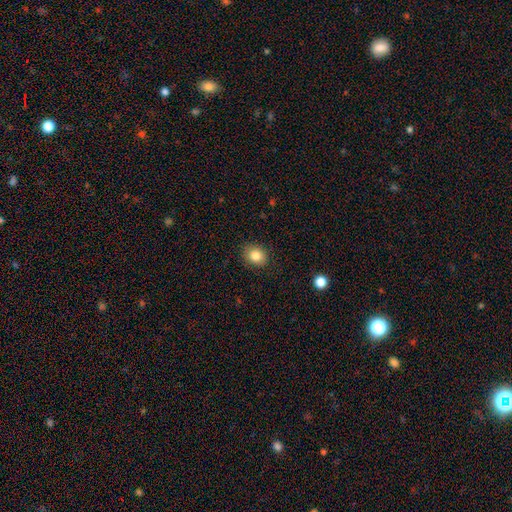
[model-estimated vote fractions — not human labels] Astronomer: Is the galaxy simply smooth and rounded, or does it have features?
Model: smooth — 83%.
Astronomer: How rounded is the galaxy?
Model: round — 58% (runner-up: in between, 41%).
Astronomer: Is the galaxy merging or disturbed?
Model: none — 88%.